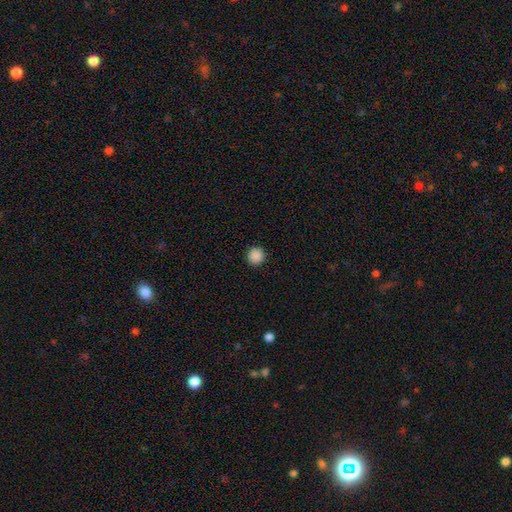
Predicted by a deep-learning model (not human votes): smooth 89%, star or artifact 9%, featured or disk 2%. Down the decision tree: how rounded — round (96%); merging — none (93%).